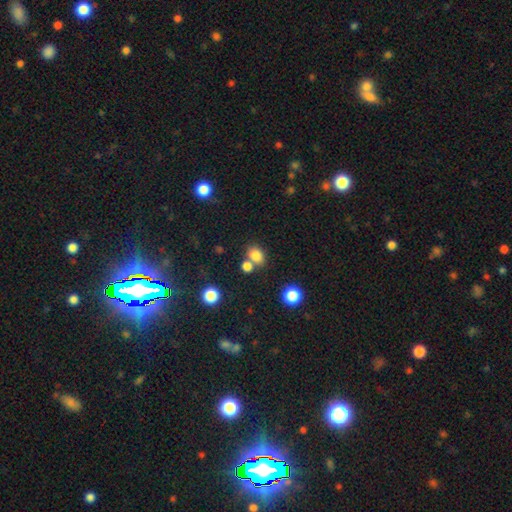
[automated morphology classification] smooth-or-featured: smooth: 81% | star or artifact: 13% | featured or disk: 6%
  how-rounded: in between: 59% | round: 40% | cigar-shaped: 1%
  merging: none: 57% | merger: 28% | minor disturbance: 11% | major disturbance: 4%